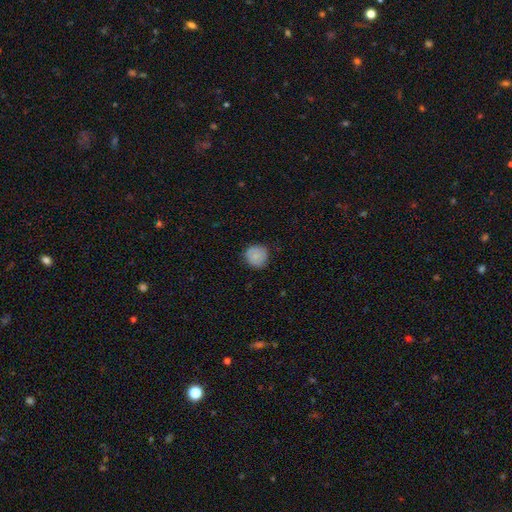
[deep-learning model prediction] A smooth galaxy with no disk features (77%) that is round (90%).

Vote fractions:
- Smooth or featured? smooth: 77% / featured or disk: 15% / star or artifact: 8%
- How rounded? round: 90% / in between: 9% / cigar-shaped: 1%
- Merging? none: 79% / minor disturbance: 17% / major disturbance: 3% / merger: 1%